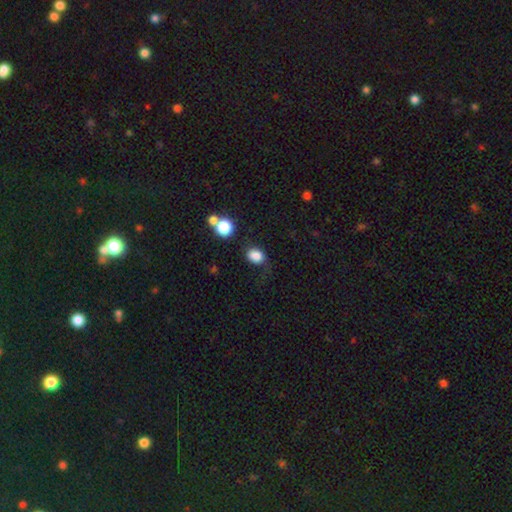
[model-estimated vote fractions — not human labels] Morphology: type=smooth (83%); roundness=in between (56%); merging=none (51%).